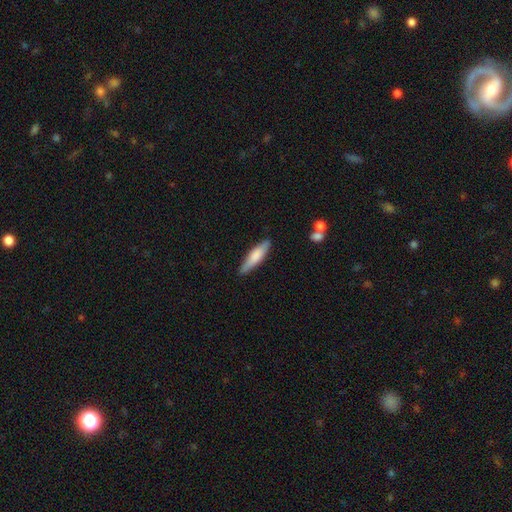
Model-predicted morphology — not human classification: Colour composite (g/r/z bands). It shows a smooth galaxy with no disk features (68%) that is cigar-shaped (73%). Merging: none (85%).